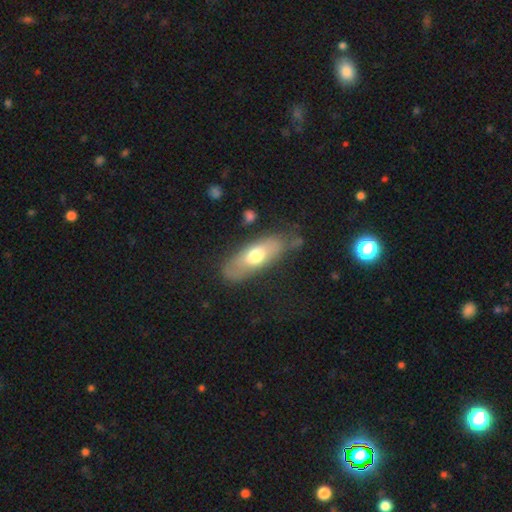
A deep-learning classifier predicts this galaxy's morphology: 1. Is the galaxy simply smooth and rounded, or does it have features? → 60% smooth, 34% featured or disk, 6% star or artifact.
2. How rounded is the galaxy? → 70% in between, 27% cigar-shaped, 3% round.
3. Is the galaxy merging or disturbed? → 69% none, 21% minor disturbance, 8% major disturbance, 3% merger.